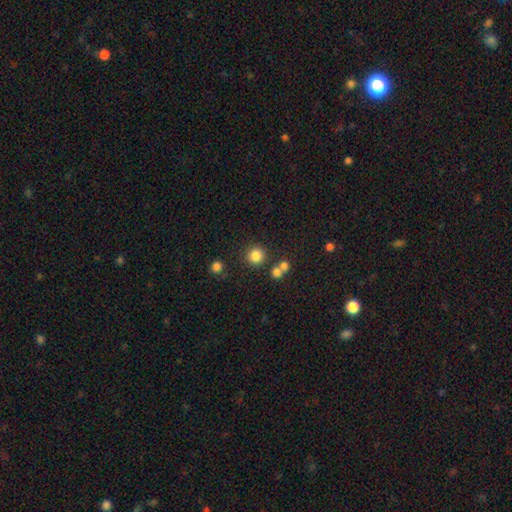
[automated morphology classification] This appears to be a smooth galaxy with no disk features (82%) that is round (92%). Merging: none (79%).